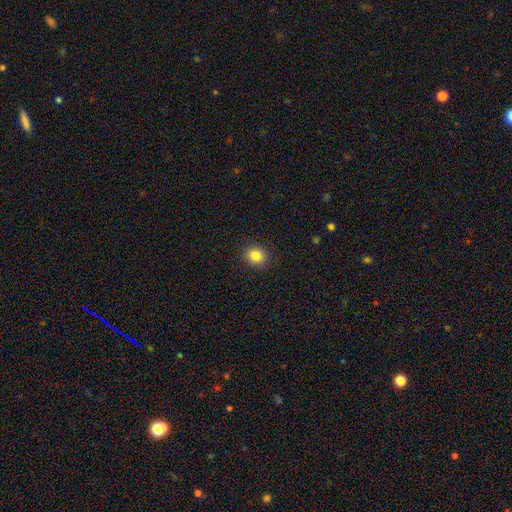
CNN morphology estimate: smooth-or-featured: smooth: 84% | star or artifact: 10% | featured or disk: 6%
  how-rounded: round: 78% | in between: 21% | cigar-shaped: 1%
  merging: none: 91% | minor disturbance: 6% | major disturbance: 2% | merger: 1%